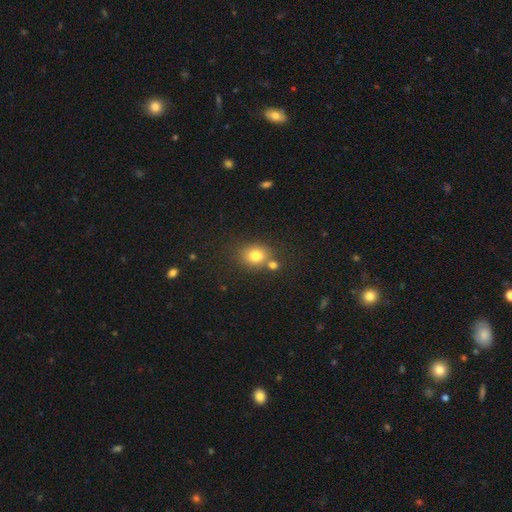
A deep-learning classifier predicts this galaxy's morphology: smooth 78%, star or artifact 12%, featured or disk 9%. Down the decision tree: how rounded — round (64%); merging — none (63%).